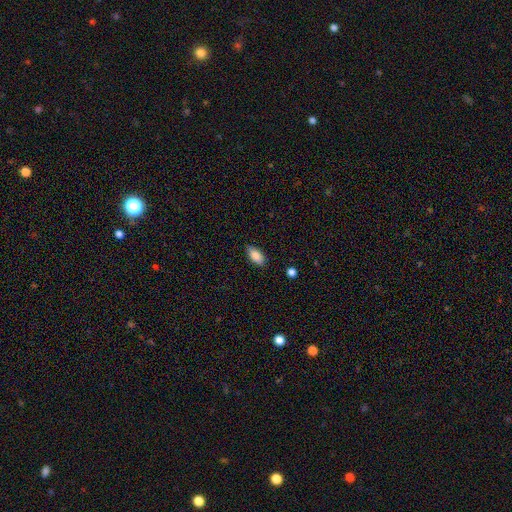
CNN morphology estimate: Smooth or featured? Predicted: smooth (p=0.86). How rounded? Predicted: in between (p=0.89). Merging? Predicted: none (p=0.86).